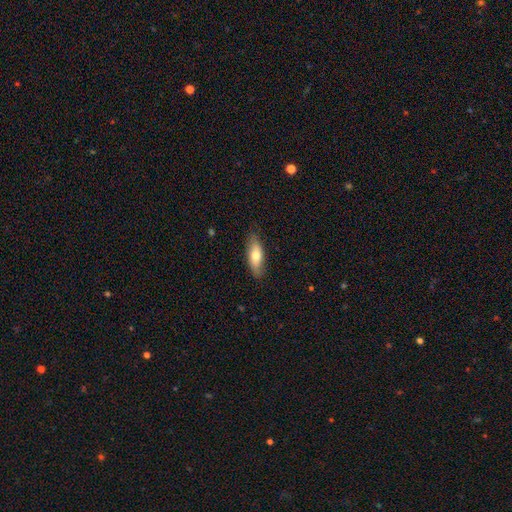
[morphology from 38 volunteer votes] Smooth or featured?
  - smooth: 61% *
  - featured or disk: 32%
  - star or artifact: 8%
How rounded?
  - cigar-shaped: 65% *
  - in between: 35%
  - round: 0%
Merging?
  - none: 91% *
  - minor disturbance: 9%
  - major disturbance: 0%
  - merger: 0%